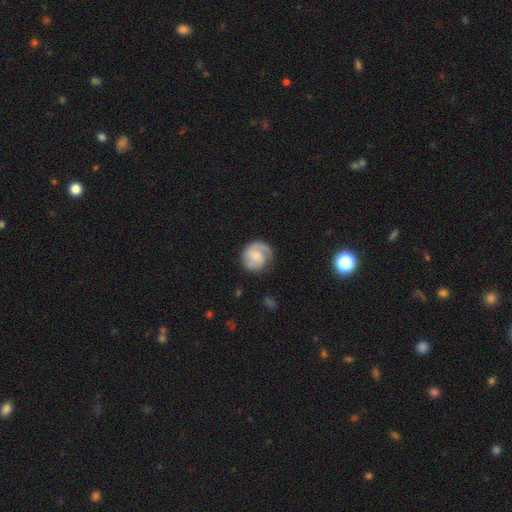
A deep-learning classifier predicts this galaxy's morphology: Smooth or featured: featured or disk — 69% (smooth — 25%)
Edge-on disk: no — 98% (yes — 2%)
Bar: no — 65% (weak — 31%)
Spiral arms: yes — 94% (no — 6%)
Spiral winding: tight — 47% (medium — 39%)
Spiral arm count: 2 — 60% (1 — 20%)
Bulge size: small — 51% (moderate — 37%)
Merging: none — 74% (minor disturbance — 18%)